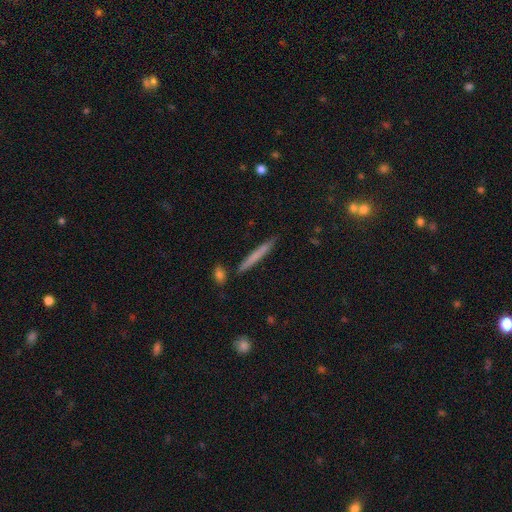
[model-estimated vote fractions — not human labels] The model was most divided on "smooth or featured": smooth: 65%, featured or disk: 29%, star or artifact: 6%. More confident: how rounded — cigar-shaped (96%); merging — none (86%).